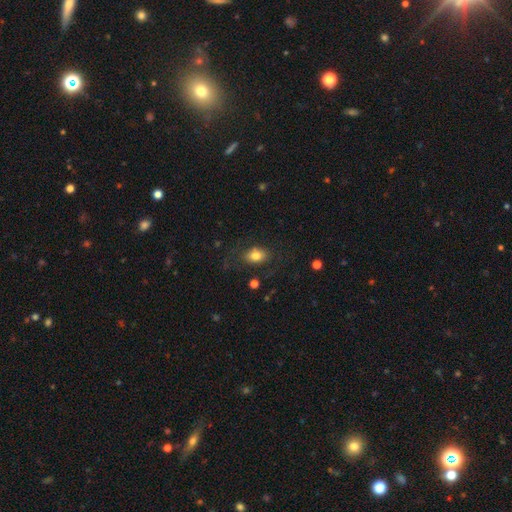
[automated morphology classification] A smooth galaxy with no disk features (78%) that is in between round and cigar-shaped (77%).

Vote fractions:
- Smooth or featured? smooth: 78% / featured or disk: 12% / star or artifact: 10%
- How rounded? in between: 77% / round: 21% / cigar-shaped: 2%
- Merging? none: 72% / minor disturbance: 17% / major disturbance: 9% / merger: 2%